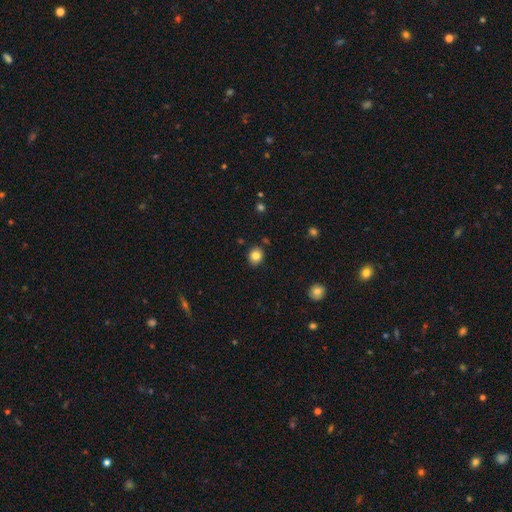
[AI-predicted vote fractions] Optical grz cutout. It shows a smooth galaxy with no disk features (82%) that is round (64%). Merging: none (87%).